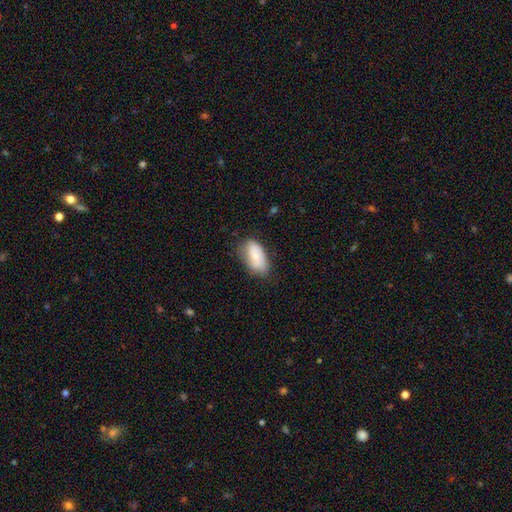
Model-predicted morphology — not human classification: Smooth or featured? Predicted: smooth (p=0.68). How rounded? Predicted: in between (p=0.93). Merging? Predicted: none (p=0.65).